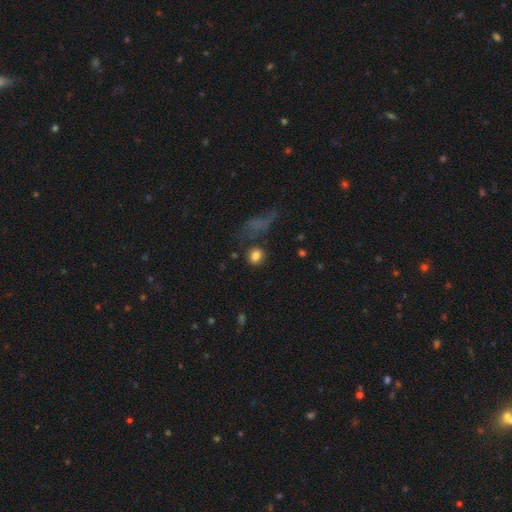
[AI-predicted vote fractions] Smooth or featured? Predicted: smooth (p=0.82). How rounded? Predicted: round (p=0.69). Merging? Predicted: none (p=0.72).